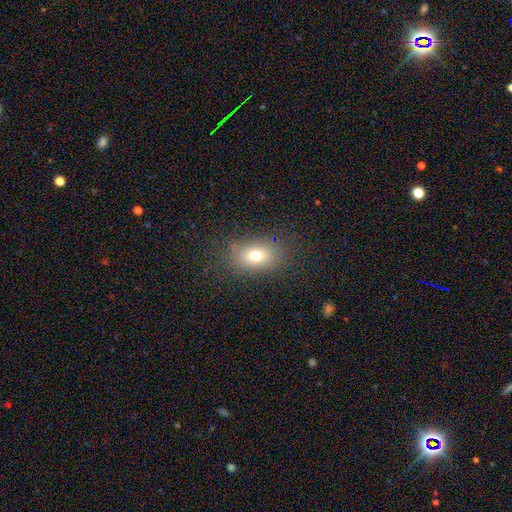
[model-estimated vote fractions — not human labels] smooth_or_featured: smooth (p=0.72) [alt: star or artifact p=0.14]
how_rounded: in between (p=0.73) [alt: round p=0.25]
merging: none (p=0.81) [alt: minor disturbance p=0.12]